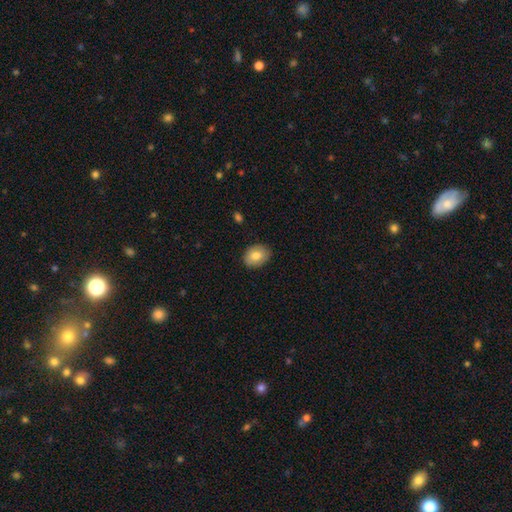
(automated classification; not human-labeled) This appears to be a smooth galaxy with no disk features (82%) that is in between round and cigar-shaped (67%). Merging: none (87%).